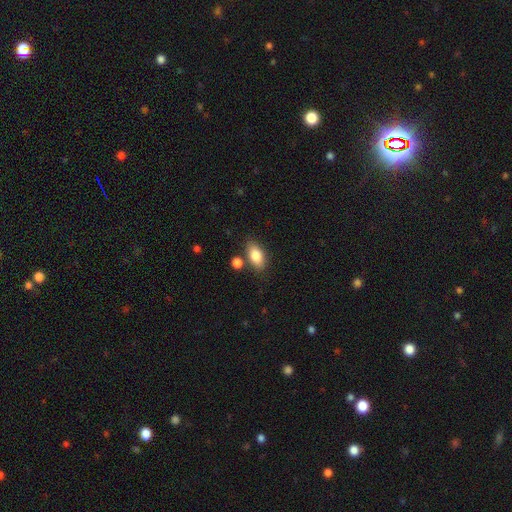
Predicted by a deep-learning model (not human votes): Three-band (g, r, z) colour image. It shows a smooth galaxy with no disk features (83%) that is in between round and cigar-shaped (88%). Merging: none (76%).